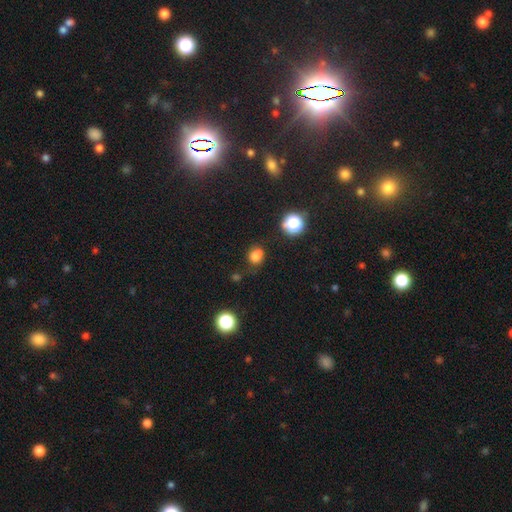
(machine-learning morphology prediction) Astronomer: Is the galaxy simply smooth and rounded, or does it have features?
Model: smooth — 72%.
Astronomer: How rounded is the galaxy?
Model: round — 67%.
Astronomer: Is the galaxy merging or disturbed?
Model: none — 46% (runner-up: merger, 32%).